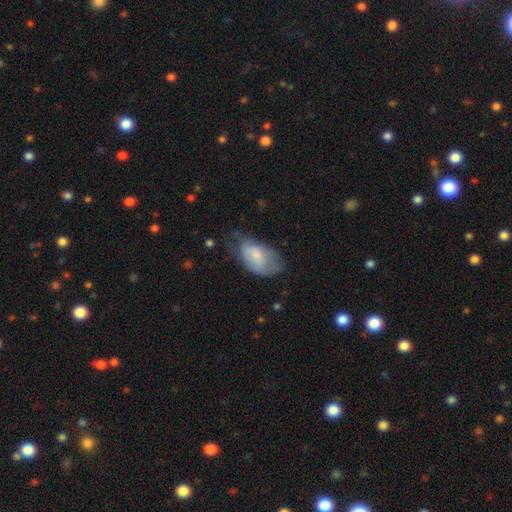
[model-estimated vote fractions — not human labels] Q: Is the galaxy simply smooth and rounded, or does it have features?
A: smooth — 68%.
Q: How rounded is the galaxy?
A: in between — 93%.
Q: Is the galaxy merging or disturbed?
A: minor disturbance — 39%.